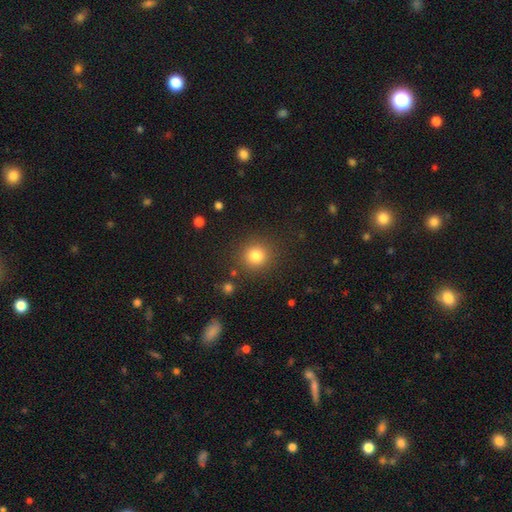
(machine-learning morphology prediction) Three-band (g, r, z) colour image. It shows a smooth galaxy with no disk features (82%) that is round (91%). Merging: none (87%).